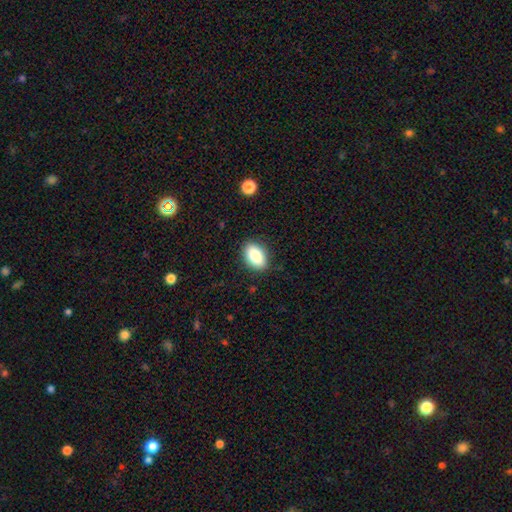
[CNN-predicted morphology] Smooth or featured? Predicted: smooth (p=0.85). How rounded? Predicted: in between (p=0.89). Merging? Predicted: none (p=0.87).